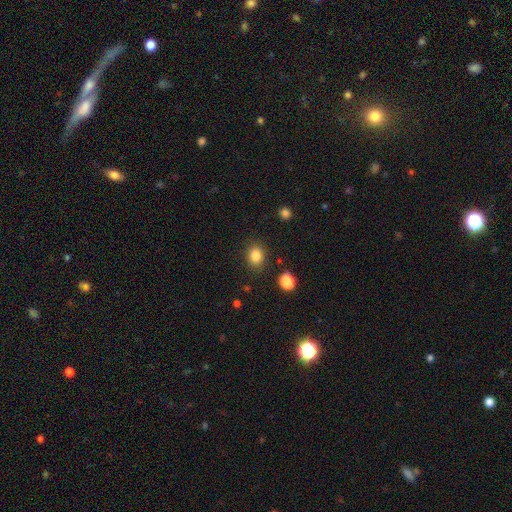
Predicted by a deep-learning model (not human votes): Overall: smooth (85%). How rounded: round (55%; in between 44%). Merging: none (85%).